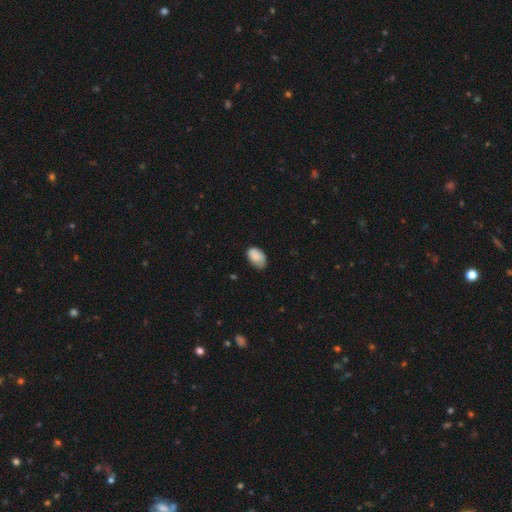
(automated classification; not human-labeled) This appears to be a smooth galaxy with no disk features (85%) that is in between round and cigar-shaped (91%). Merging: none (63%).